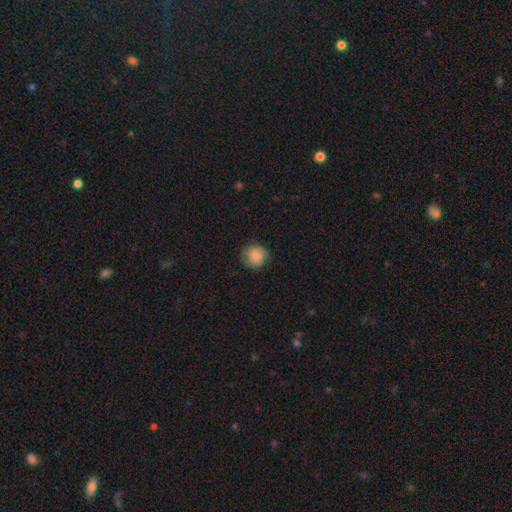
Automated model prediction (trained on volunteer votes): A smooth galaxy with no disk features (84%) that is round (90%).

Vote fractions:
- Smooth or featured? smooth: 84% / featured or disk: 9% / star or artifact: 8%
- How rounded? round: 90% / in between: 9% / cigar-shaped: 1%
- Merging? none: 80% / minor disturbance: 15% / major disturbance: 4% / merger: 1%